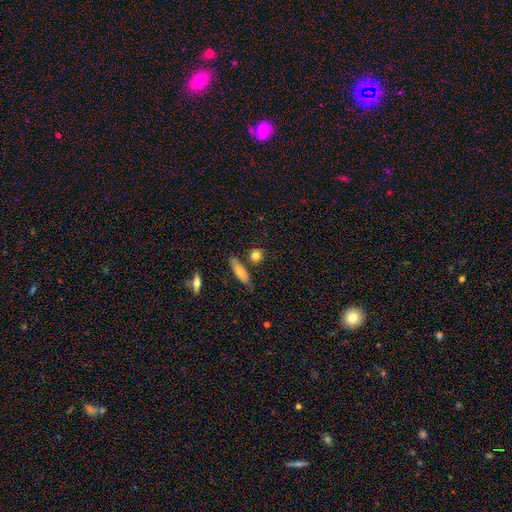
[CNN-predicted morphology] smooth 80%, featured or disk 11%, star or artifact 9%. Down the decision tree: how rounded — round (67%); merging — none (75%).